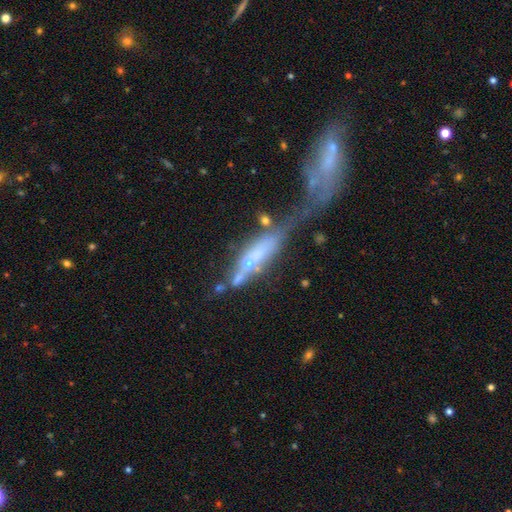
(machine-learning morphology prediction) Smooth or featured?
  - featured or disk: 56% *
  - smooth: 32%
  - star or artifact: 12%
Edge-on disk?
  - no: 56% *
  - yes: 44%
Merging?
  - merger: 49% *
  - major disturbance: 23%
  - none: 16%
  - minor disturbance: 12%